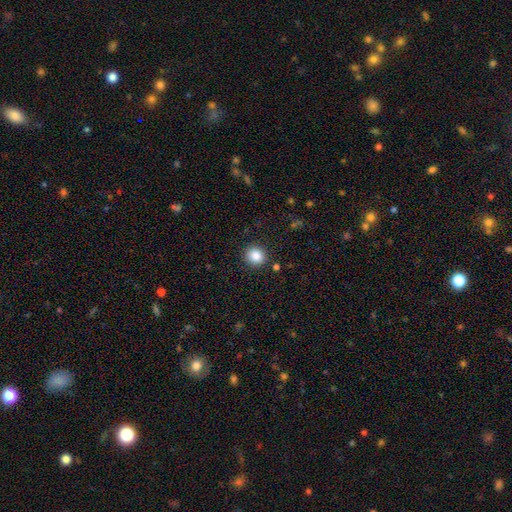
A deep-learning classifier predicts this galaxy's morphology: Smooth or featured? smooth (86%)
How rounded? round (88%)
Merging? none (89%)